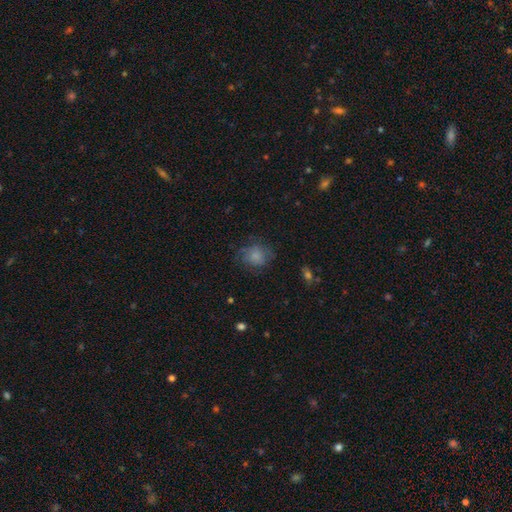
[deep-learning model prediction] A smooth galaxy with no disk features (75%) that is round (73%).

Vote fractions:
- Smooth or featured? smooth: 75% / featured or disk: 16% / star or artifact: 10%
- How rounded? round: 73% / in between: 26% / cigar-shaped: 1%
- Merging? none: 65% / minor disturbance: 22% / major disturbance: 12% / merger: 1%